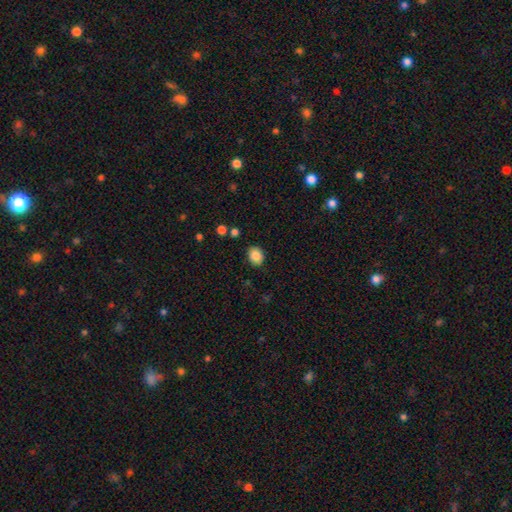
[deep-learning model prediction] A smooth galaxy with no disk features (85%) that is round (55%).

Vote fractions:
- Smooth or featured? smooth: 85% / star or artifact: 9% / featured or disk: 5%
- How rounded? round: 55% / in between: 44% / cigar-shaped: 1%
- Merging? none: 87% / minor disturbance: 9% / major disturbance: 2% / merger: 2%